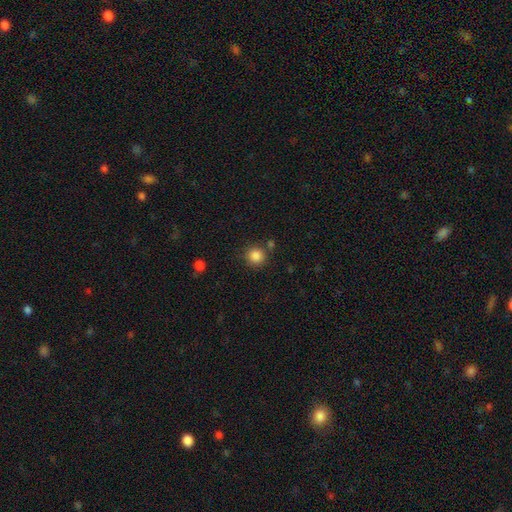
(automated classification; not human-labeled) Morphology: type=smooth (86%); roundness=round (92%); merging=none (82%).